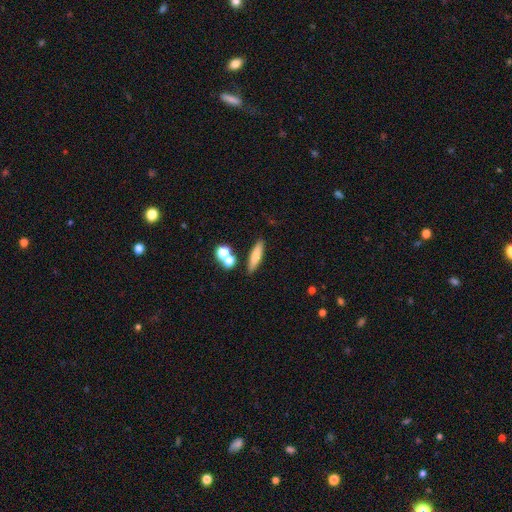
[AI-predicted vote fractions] Q: Smooth or featured?
A: smooth (70%); runner-up: featured or disk (20%)
Q: How rounded?
A: cigar-shaped (71%); runner-up: in between (24%)
Q: Merging?
A: none (78%); runner-up: minor disturbance (10%)